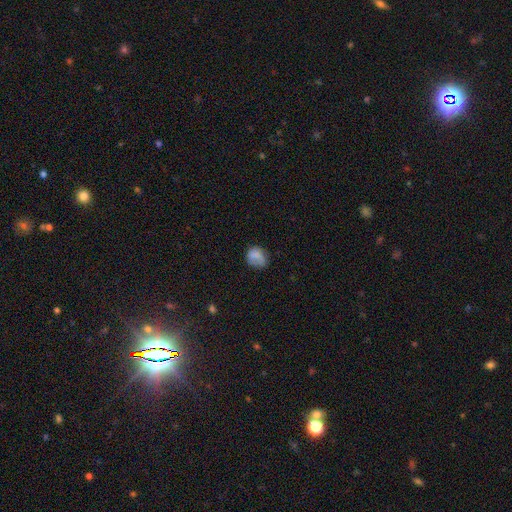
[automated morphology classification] This appears to be a smooth galaxy with no disk features (75%) that is round (59%). Merging: none (53%).